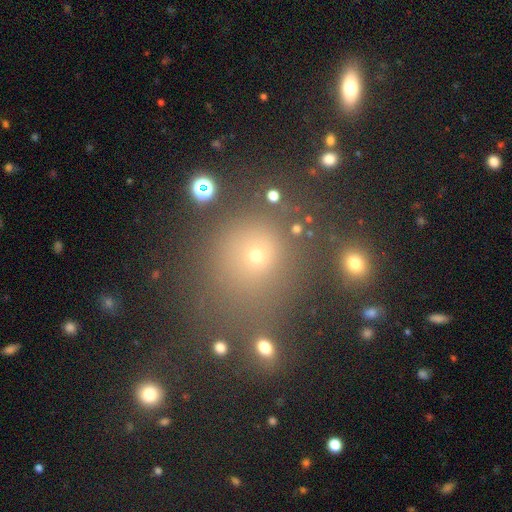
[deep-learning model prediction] smooth 63%, star or artifact 27%, featured or disk 10%. Down the decision tree: how rounded — round (81%); merging — none (67%).